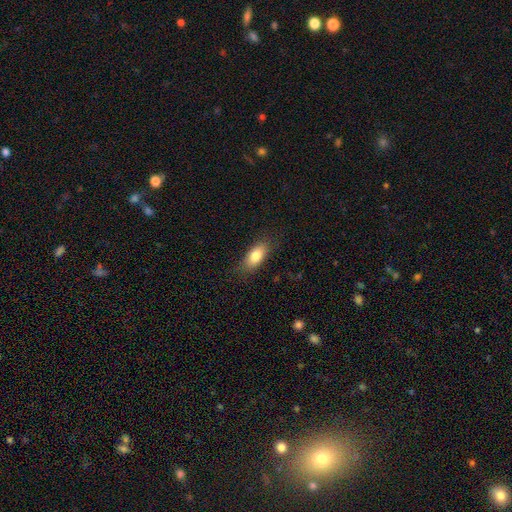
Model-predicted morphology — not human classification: type=smooth (82%); roundness=in between (85%); merging=none (83%).